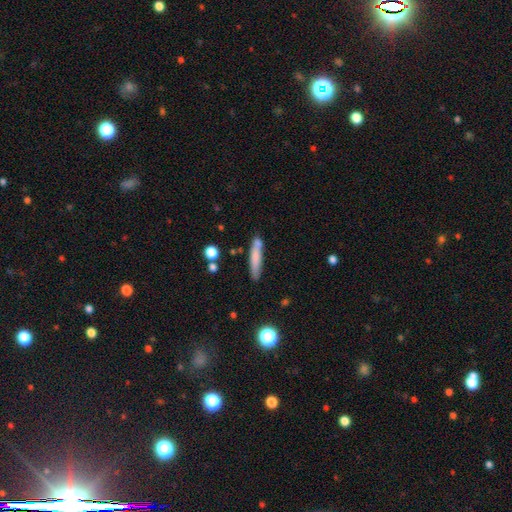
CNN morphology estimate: Smooth or featured: smooth — 71% (featured or disk — 21%)
How rounded: cigar-shaped — 89% (in between — 9%)
Merging: none — 74% (minor disturbance — 15%)